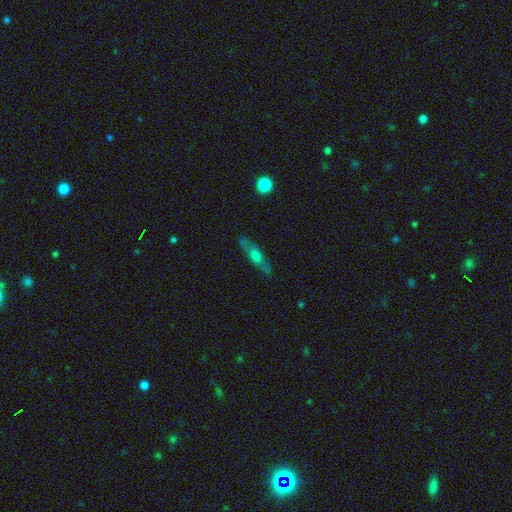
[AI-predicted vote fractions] smooth_or_featured: featured or disk (p=0.46) [tied with: smooth p=0.46]
merging: none (p=0.78) [alt: minor disturbance p=0.15]